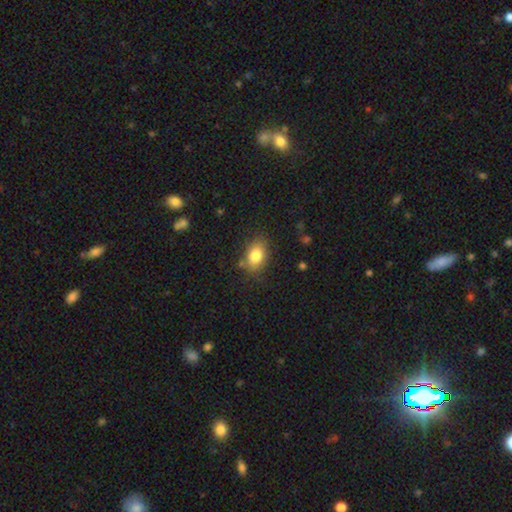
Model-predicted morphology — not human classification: This appears to be a smooth galaxy with no disk features (82%) that is in between round and cigar-shaped (76%). Merging: none (78%).